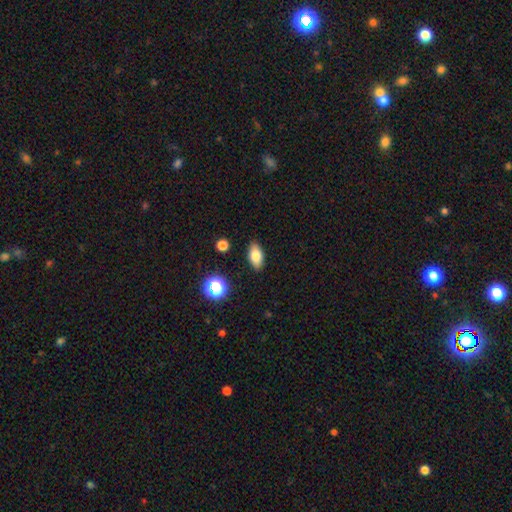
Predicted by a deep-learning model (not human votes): Q: Smooth or featured?
A: smooth (77%); runner-up: featured or disk (13%)
Q: How rounded?
A: in between (87%); runner-up: round (7%)
Q: Merging?
A: none (87%); runner-up: minor disturbance (9%)